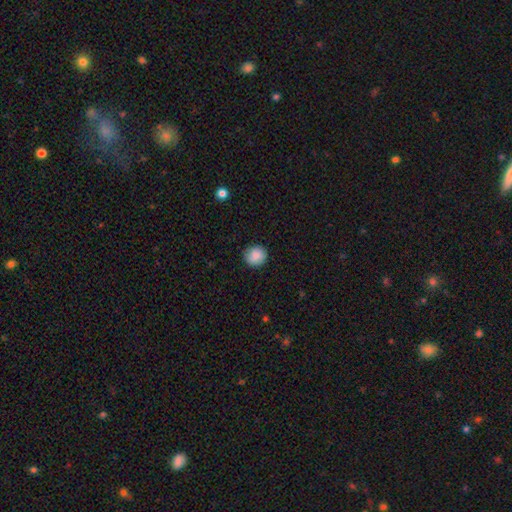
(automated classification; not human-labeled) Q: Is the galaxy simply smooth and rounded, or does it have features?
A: smooth — 86%.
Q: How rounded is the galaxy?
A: round — 87%.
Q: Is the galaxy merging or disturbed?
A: none — 86%.